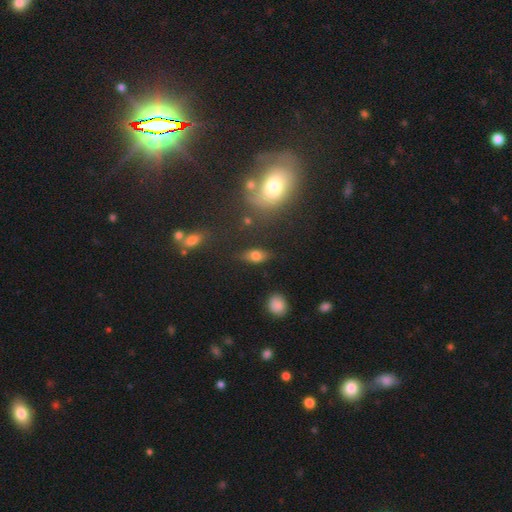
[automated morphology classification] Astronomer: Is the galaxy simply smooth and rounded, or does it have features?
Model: smooth — 71%.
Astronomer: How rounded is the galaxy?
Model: in between — 84%.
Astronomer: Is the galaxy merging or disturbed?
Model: none — 77%.